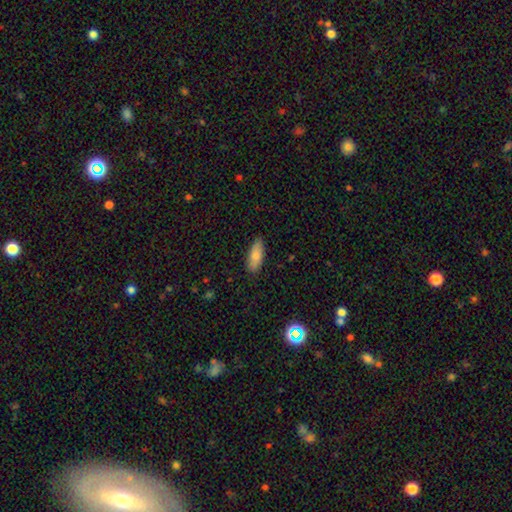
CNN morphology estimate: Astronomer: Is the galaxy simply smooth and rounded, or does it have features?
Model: smooth — 82%.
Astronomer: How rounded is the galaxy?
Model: in between — 78%.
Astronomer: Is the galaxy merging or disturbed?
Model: none — 87%.